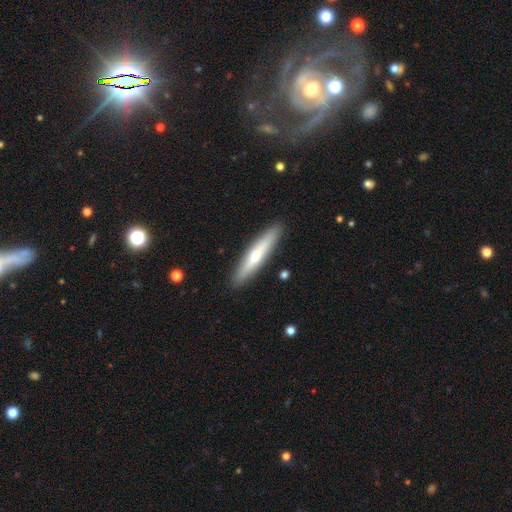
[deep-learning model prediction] This appears to be a smooth galaxy with no disk features (53%) that is cigar-shaped (88%). Merging: none (90%).